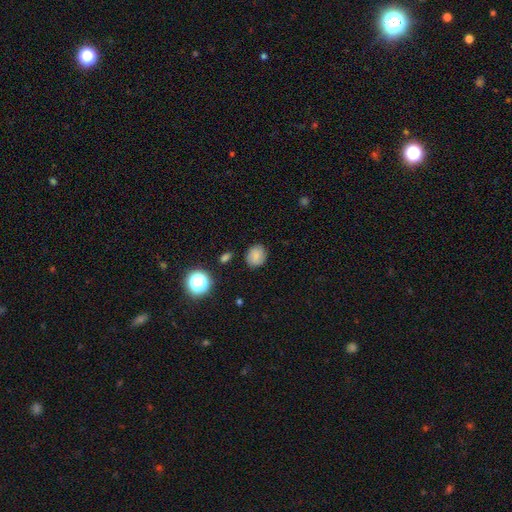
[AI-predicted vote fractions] A smooth galaxy with no disk features (80%) that is round (65%). Merging: none (82%).